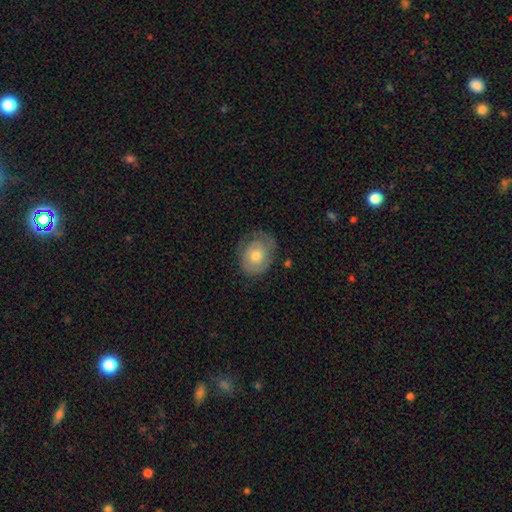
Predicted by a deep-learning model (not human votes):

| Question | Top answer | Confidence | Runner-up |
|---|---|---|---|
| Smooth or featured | smooth | 60% | featured or disk (33%) |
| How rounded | in between | 52% | round (47%) |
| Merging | none | 65% | minor disturbance (24%) |